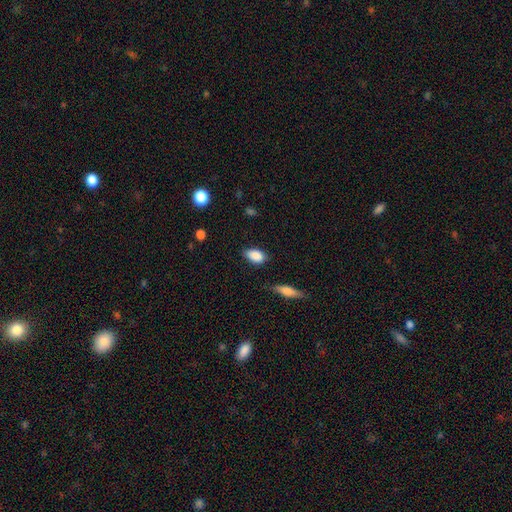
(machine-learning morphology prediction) smooth 87%, star or artifact 7%, featured or disk 5%. Down the decision tree: how rounded — in between (90%); merging — none (77%).